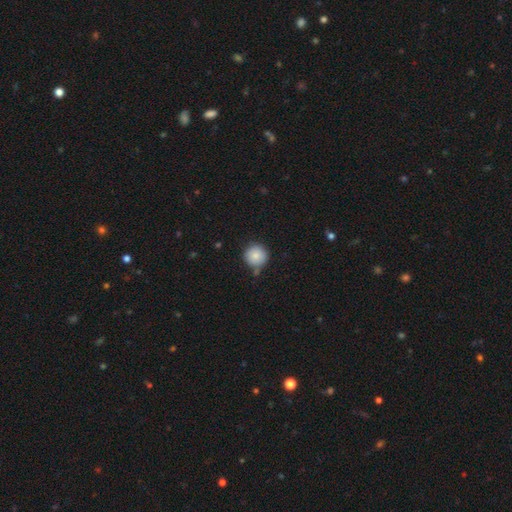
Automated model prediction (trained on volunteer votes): Q: Smooth or featured?
A: smooth (84%); runner-up: star or artifact (9%)
Q: How rounded?
A: round (95%); runner-up: in between (4%)
Q: Merging?
A: none (74%); runner-up: minor disturbance (16%)